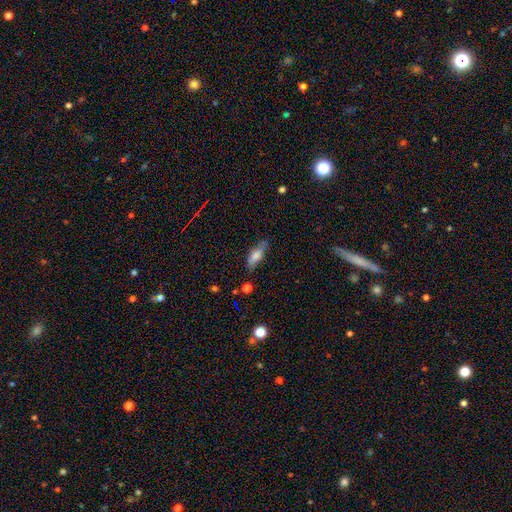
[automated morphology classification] Q: Smooth or featured?
A: smooth (71%); runner-up: featured or disk (20%)
Q: How rounded?
A: in between (62%); runner-up: cigar-shaped (36%)
Q: Merging?
A: none (70%); runner-up: minor disturbance (22%)